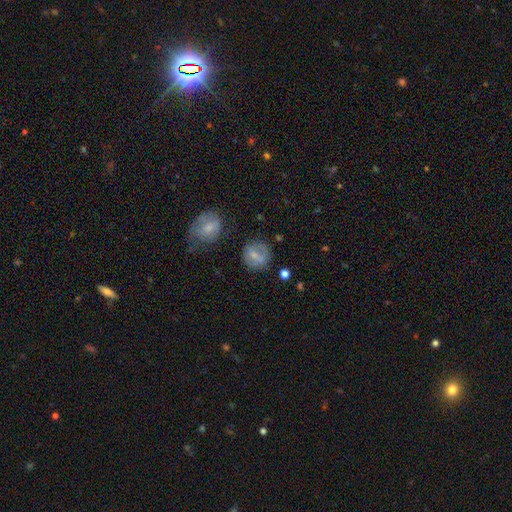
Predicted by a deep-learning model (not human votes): Smooth or featured?
  - smooth: 64% *
  - featured or disk: 27%
  - star or artifact: 10%
How rounded?
  - round: 83% *
  - in between: 16%
  - cigar-shaped: 1%
Merging?
  - none: 66% *
  - minor disturbance: 17%
  - merger: 10%
  - major disturbance: 8%